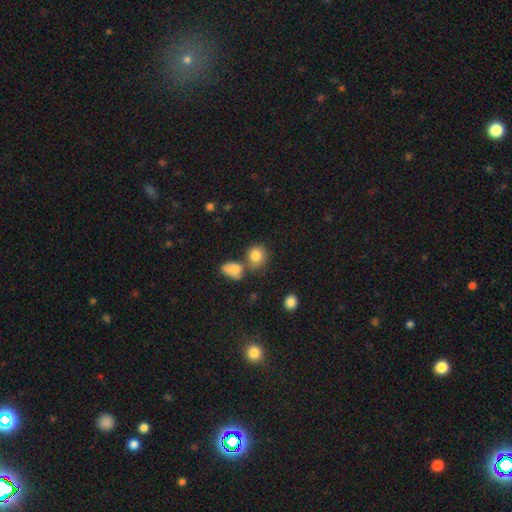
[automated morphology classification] smooth 83%, star or artifact 10%, featured or disk 7%. Down the decision tree: how rounded — round (69%); merging — none (59%).